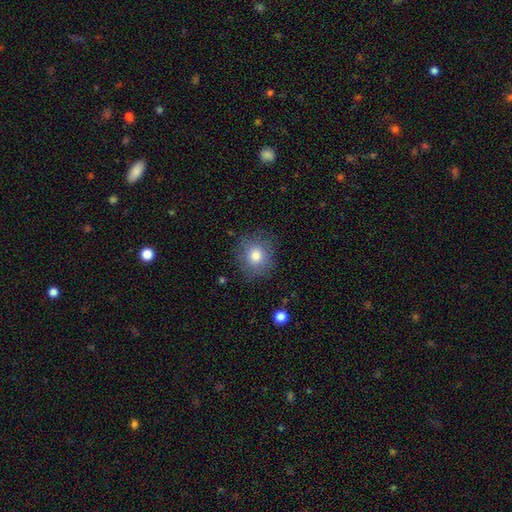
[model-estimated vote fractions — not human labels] Smooth or featured?
  - smooth: 78% *
  - featured or disk: 12%
  - star or artifact: 11%
How rounded?
  - round: 84% *
  - in between: 15%
  - cigar-shaped: 1%
Merging?
  - none: 82% *
  - minor disturbance: 12%
  - major disturbance: 4%
  - merger: 1%